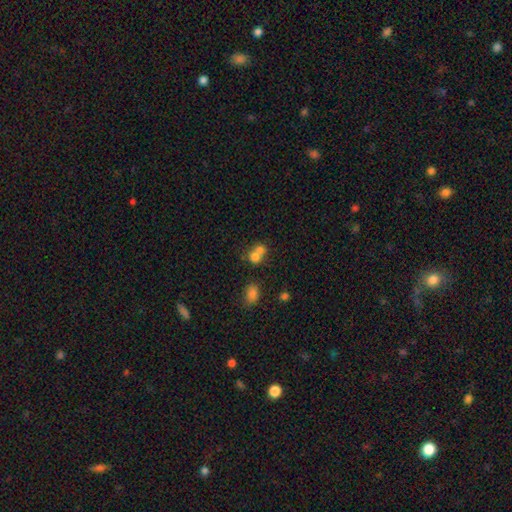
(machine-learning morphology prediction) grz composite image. It shows a smooth galaxy with no disk features (72%) that is round (67%). Merging: merger (64%).